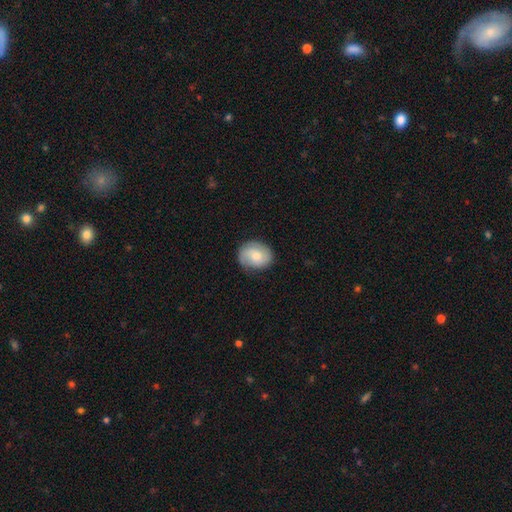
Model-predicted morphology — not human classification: Smooth or featured? smooth (54%)
How rounded? round (56%)
Merging? none (77%)